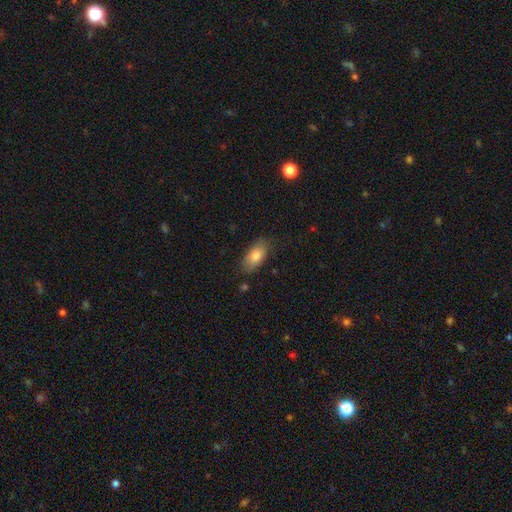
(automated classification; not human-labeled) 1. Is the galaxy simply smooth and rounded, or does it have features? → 81% smooth, 13% featured or disk, 7% star or artifact.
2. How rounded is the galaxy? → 90% in between, 7% cigar-shaped, 3% round.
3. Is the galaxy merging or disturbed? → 78% none, 17% minor disturbance, 4% major disturbance, 2% merger.